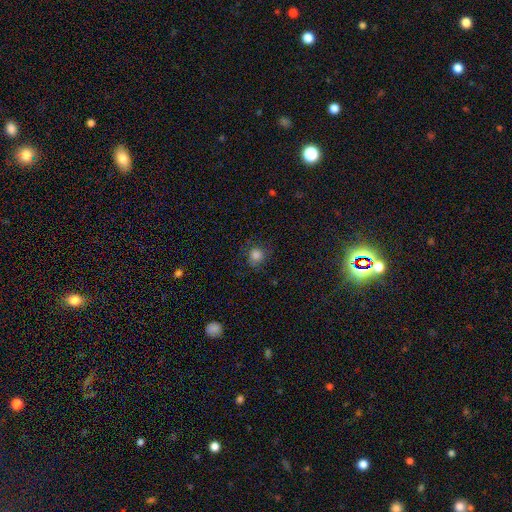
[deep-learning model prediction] This is clearly a smooth galaxy (80%). How rounded: clearly round (86%). Merging: likely none (76%).